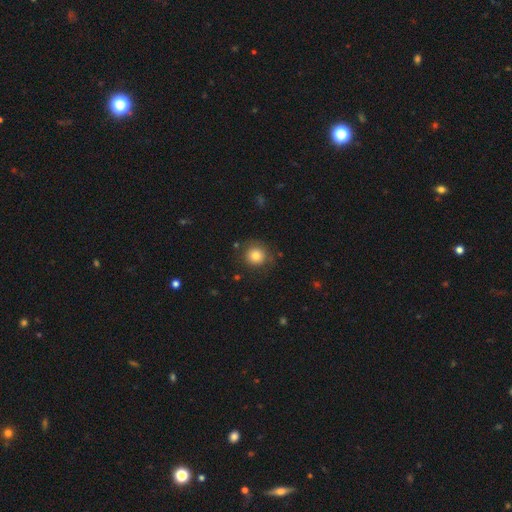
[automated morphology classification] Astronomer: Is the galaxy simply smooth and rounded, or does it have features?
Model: smooth — 80%.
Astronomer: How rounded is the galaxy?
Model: round — 91%.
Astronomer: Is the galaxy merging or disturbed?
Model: none — 81%.